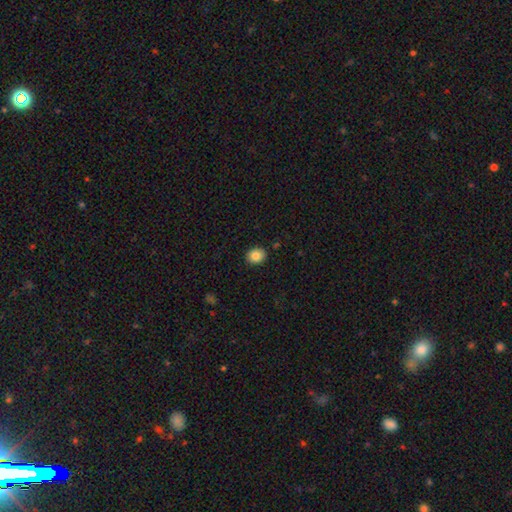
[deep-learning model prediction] Smooth or featured?
  - smooth: 85% *
  - star or artifact: 9%
  - featured or disk: 6%
How rounded?
  - round: 55% *
  - in between: 44%
  - cigar-shaped: 1%
Merging?
  - none: 90% *
  - minor disturbance: 7%
  - major disturbance: 2%
  - merger: 1%